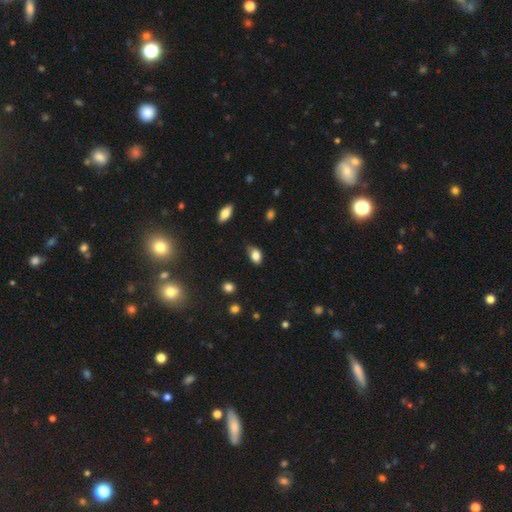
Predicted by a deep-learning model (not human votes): Smooth or featured? smooth (83%)
How rounded? in between (86%)
Merging? none (58%)